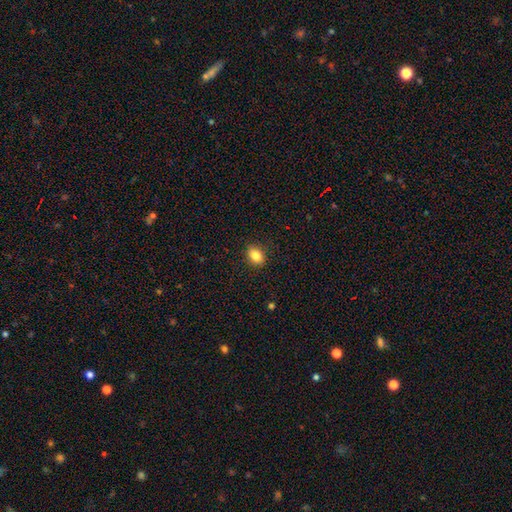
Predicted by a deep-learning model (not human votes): Smooth or featured? Predicted: smooth (p=0.84). How rounded? Predicted: in between (p=0.72). Merging? Predicted: none (p=0.87).